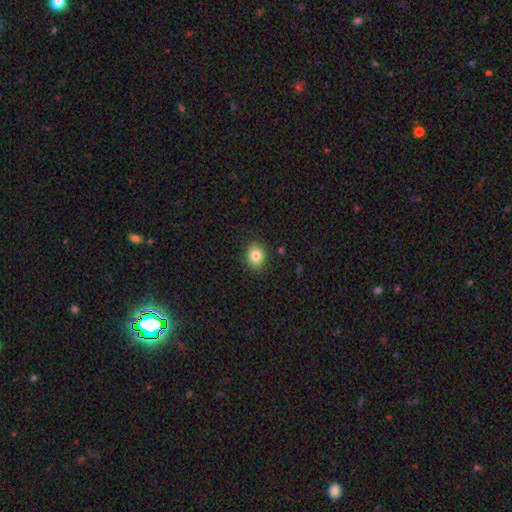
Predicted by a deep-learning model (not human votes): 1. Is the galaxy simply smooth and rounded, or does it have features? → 84% smooth, 10% star or artifact, 7% featured or disk.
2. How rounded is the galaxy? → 55% round, 44% in between, 1% cigar-shaped.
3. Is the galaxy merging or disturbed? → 89% none, 8% minor disturbance, 2% major disturbance, 1% merger.